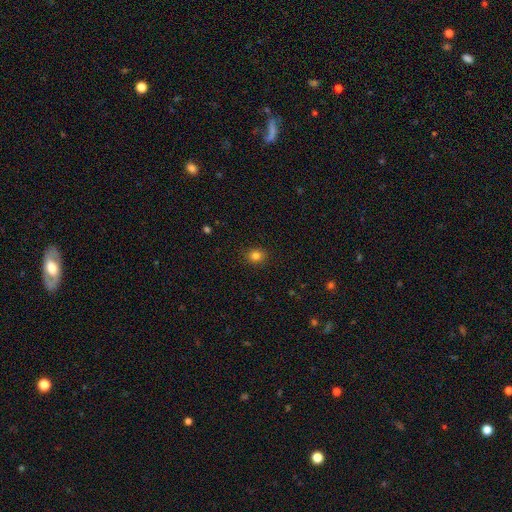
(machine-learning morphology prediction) type=smooth (82%); roundness=round (71%); merging=none (90%).